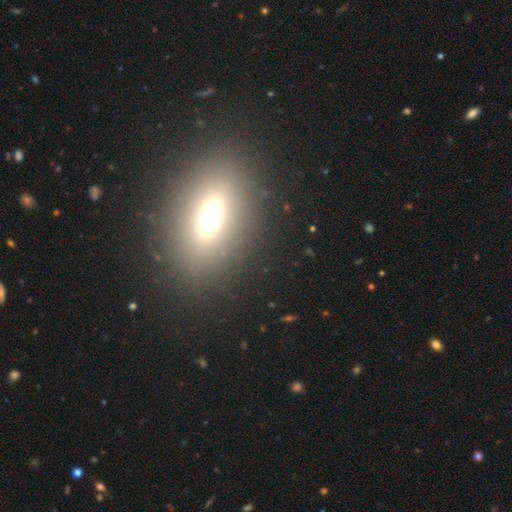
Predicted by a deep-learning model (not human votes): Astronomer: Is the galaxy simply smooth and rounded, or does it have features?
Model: smooth — 58%.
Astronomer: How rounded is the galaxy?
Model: in between — 79%.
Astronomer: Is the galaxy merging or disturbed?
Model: none — 89%.